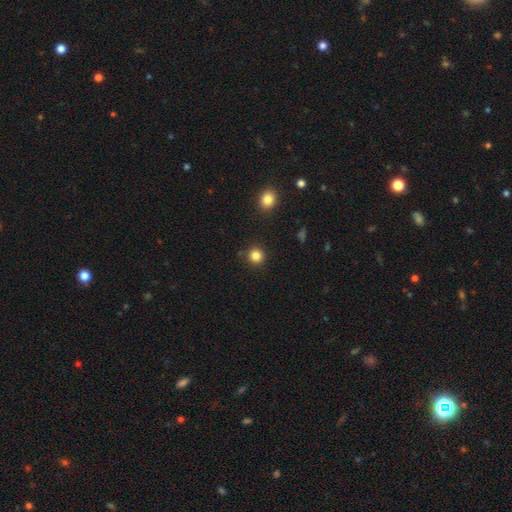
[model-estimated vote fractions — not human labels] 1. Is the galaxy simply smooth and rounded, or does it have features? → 84% smooth, 12% star or artifact, 4% featured or disk.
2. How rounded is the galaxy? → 93% round, 7% in between, 1% cigar-shaped.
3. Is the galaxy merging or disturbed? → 90% none, 6% minor disturbance, 2% merger, 2% major disturbance.